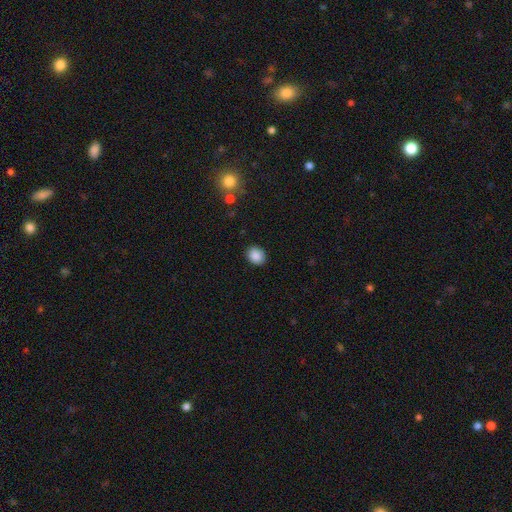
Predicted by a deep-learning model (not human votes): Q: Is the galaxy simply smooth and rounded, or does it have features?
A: smooth — 88%.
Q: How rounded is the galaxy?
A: round — 52%.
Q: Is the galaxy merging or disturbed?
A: none — 88%.